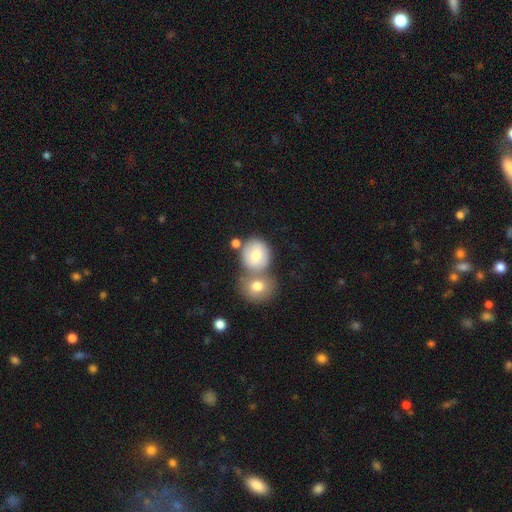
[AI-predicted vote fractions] Smooth or featured?
  - smooth: 74% *
  - featured or disk: 19%
  - star or artifact: 8%
How rounded?
  - round: 74% *
  - in between: 25%
  - cigar-shaped: 1%
Merging?
  - merger: 45% *
  - none: 40%
  - minor disturbance: 11%
  - major disturbance: 4%